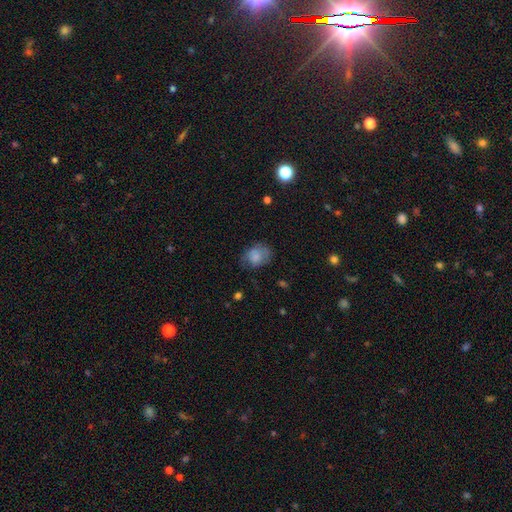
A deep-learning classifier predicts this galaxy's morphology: Smooth or featured? Predicted: smooth (p=0.72). How rounded? Predicted: in between (p=0.53). Merging? Predicted: none (p=0.54).